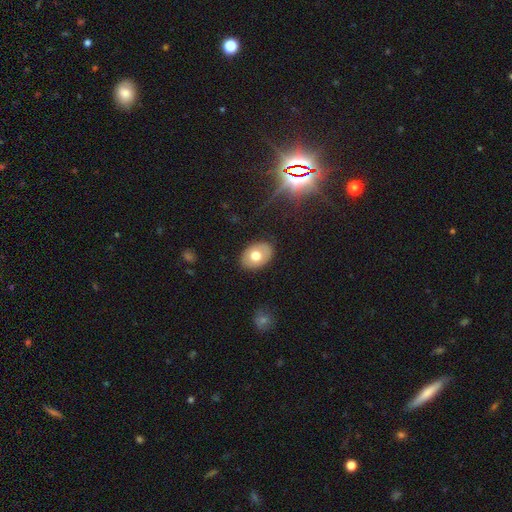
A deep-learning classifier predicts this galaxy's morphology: smooth 70%, featured or disk 22%, star or artifact 8%. Down the decision tree: how rounded — in between (81%); merging — none (86%).